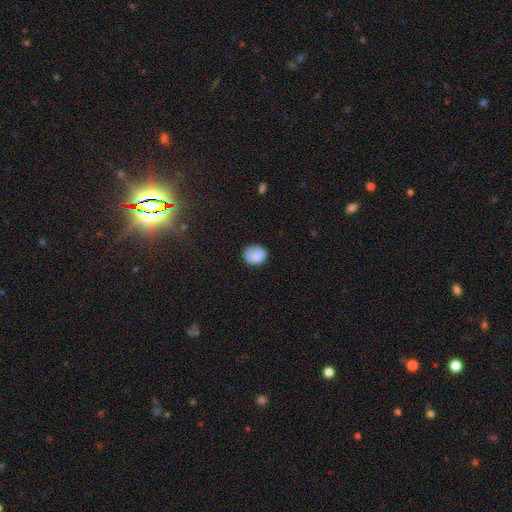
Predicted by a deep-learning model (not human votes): Overall: smooth (84%). How rounded: round (70%). Merging: none (80%).